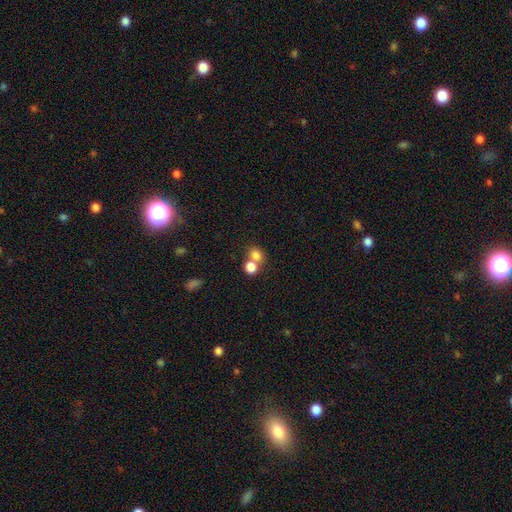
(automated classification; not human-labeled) smooth_or_featured: smooth (p=0.79) [alt: star or artifact p=0.12]
how_rounded: round (p=0.64) [alt: in between p=0.35]
merging: merger (p=0.52) [alt: none p=0.38]